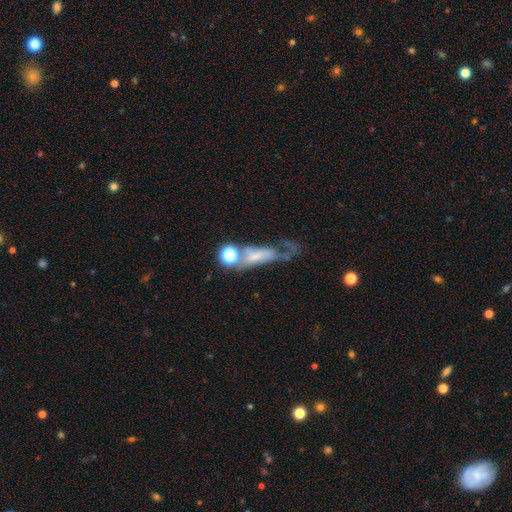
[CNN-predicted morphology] Smooth or featured?
  - featured or disk: 43% *
  - smooth: 41%
  - star or artifact: 16%
Merging?
  - major disturbance: 37% *
  - merger: 24%
  - none: 23%
  - minor disturbance: 15%